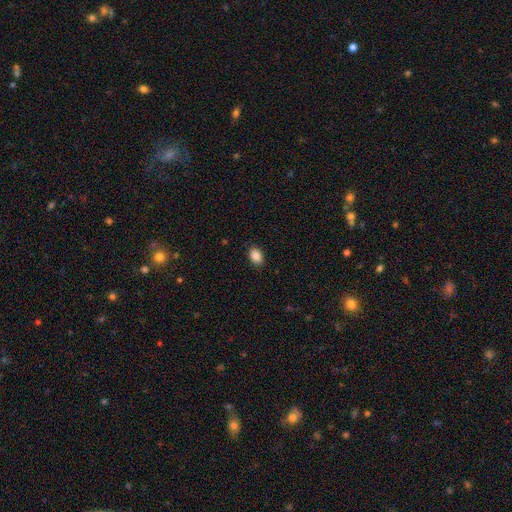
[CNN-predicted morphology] Smooth or featured: smooth — 88% (star or artifact — 8%)
How rounded: in between — 83% (round — 16%)
Merging: none — 88% (minor disturbance — 9%)